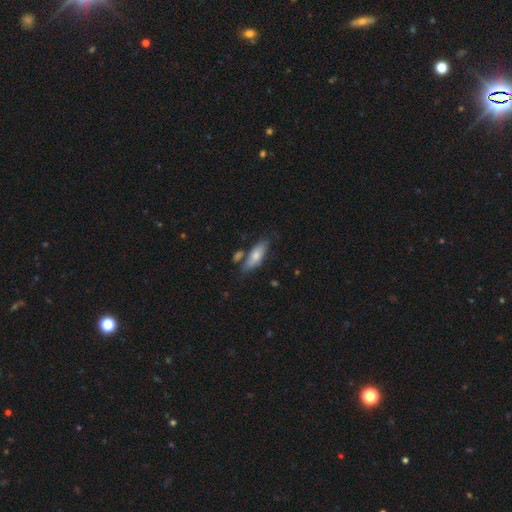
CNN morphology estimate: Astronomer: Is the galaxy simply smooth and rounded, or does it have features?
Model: smooth — 71%.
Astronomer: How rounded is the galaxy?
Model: in between — 65%.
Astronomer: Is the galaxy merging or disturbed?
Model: none — 65%.